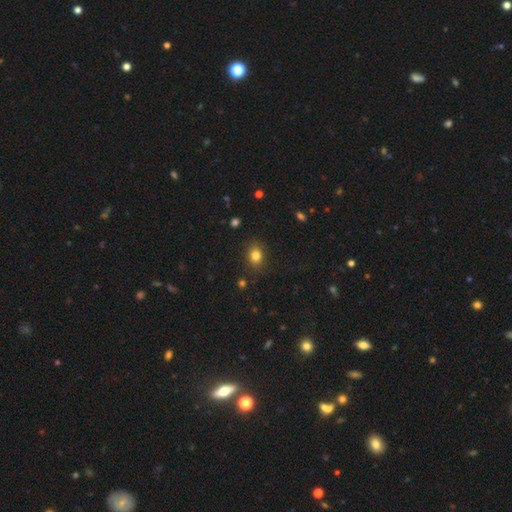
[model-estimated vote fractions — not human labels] Morphology: type=smooth (81%); roundness=round (54%); merging=none (85%).